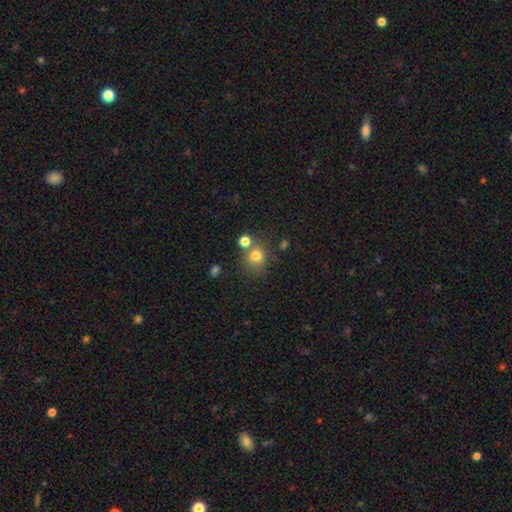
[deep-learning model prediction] smooth_or_featured: smooth (p=0.76) [alt: star or artifact p=0.14]
how_rounded: round (p=0.78) [alt: in between p=0.21]
merging: none (p=0.61) [alt: merger p=0.20]